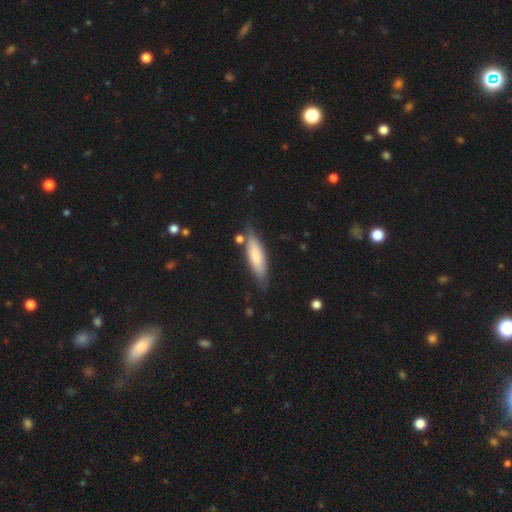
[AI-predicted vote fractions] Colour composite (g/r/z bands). It shows a smooth galaxy with no disk features (73%) that is cigar-shaped (59%). Merging: none (73%).